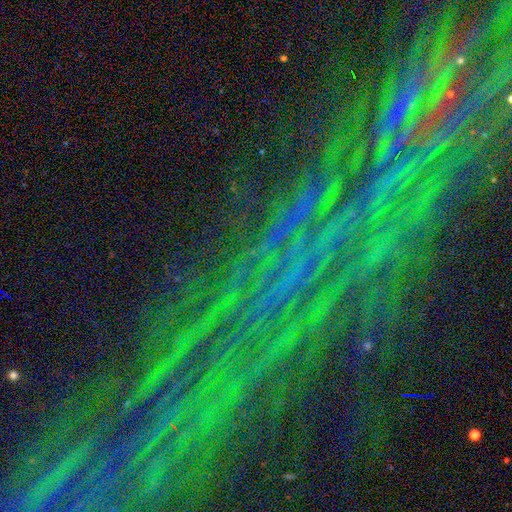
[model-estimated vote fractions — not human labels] This appears to be a star or artifact, not a galaxy (83%).